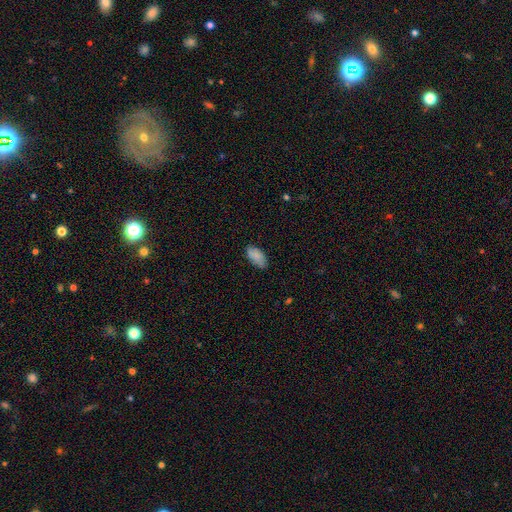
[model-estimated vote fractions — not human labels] Smooth or featured? smooth (84%)
How rounded? in between (93%)
Merging? none (77%)